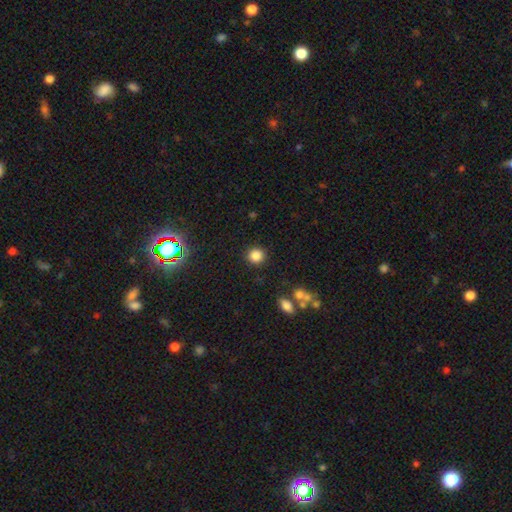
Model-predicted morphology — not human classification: type=smooth (84%); roundness=round (90%); merging=none (89%).